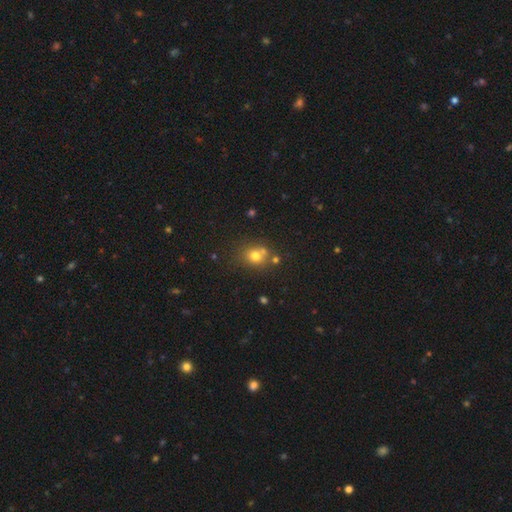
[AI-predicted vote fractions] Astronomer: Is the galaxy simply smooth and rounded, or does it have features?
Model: smooth — 72%.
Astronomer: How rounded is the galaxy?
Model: round — 73%.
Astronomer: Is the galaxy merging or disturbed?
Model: none — 59%.